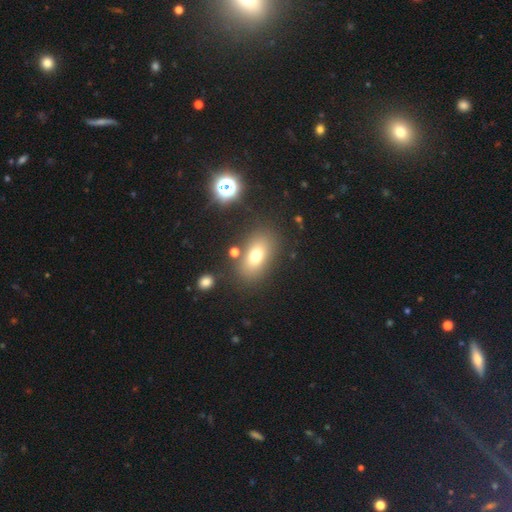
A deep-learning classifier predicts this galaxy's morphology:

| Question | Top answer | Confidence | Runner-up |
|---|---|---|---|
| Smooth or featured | smooth | 70% | featured or disk (16%) |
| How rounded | in between | 81% | round (16%) |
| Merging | none | 78% | minor disturbance (11%) |